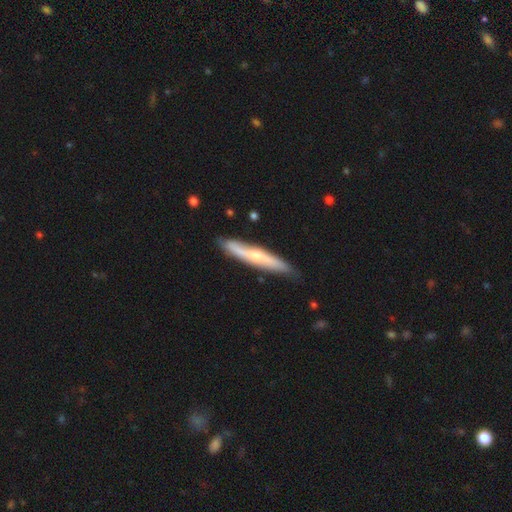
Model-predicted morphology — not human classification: type=featured or disk (56%); edge-on=yes (75%); merging=none (78%).